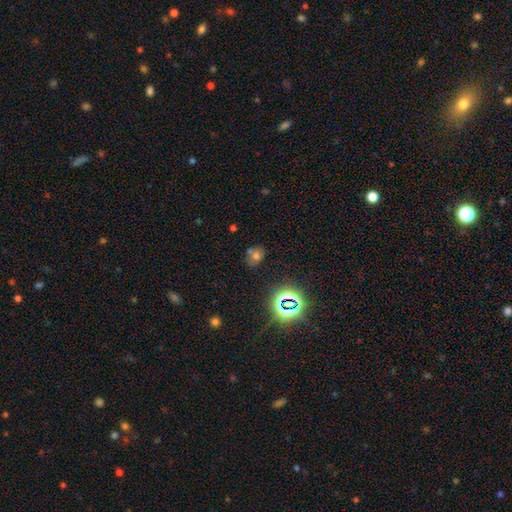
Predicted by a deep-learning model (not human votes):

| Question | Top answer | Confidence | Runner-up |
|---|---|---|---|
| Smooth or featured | smooth | 51% | star or artifact (33%) |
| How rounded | round | 50% | in between (49%) |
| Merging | none | 64% | minor disturbance (16%) |